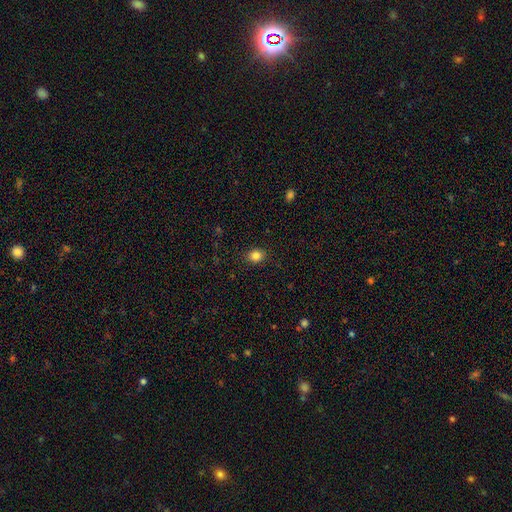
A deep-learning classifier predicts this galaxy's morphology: A smooth galaxy with no disk features (84%) that is round (65%). Merging: none (89%).